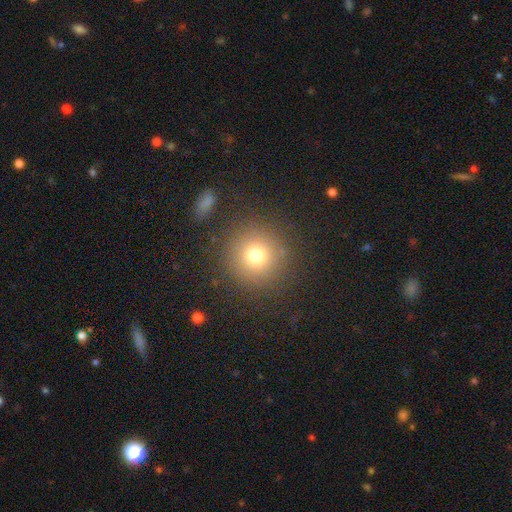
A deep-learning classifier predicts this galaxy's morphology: Overall: smooth (76%). How rounded: round (94%). Merging: none (87%).